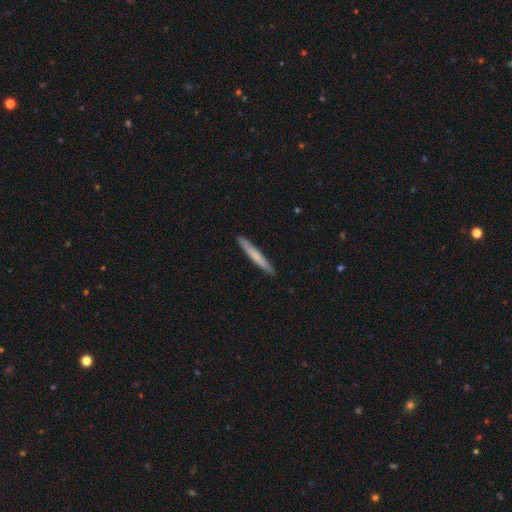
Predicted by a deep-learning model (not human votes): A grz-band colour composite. It shows a smooth galaxy with no disk features (65%) that is cigar-shaped (96%). Merging: none (91%).